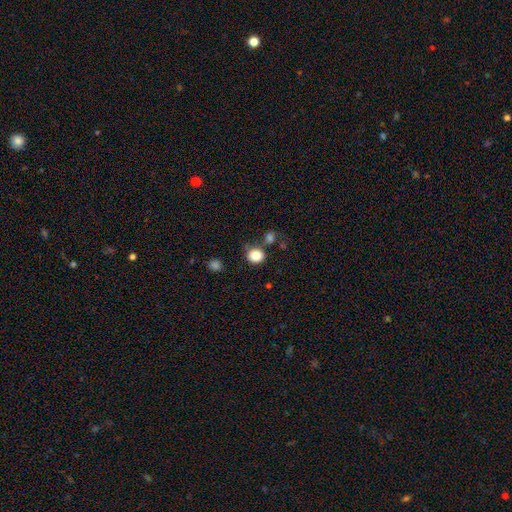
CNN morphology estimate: A smooth galaxy with no disk features (86%) that is round (78%).

Vote fractions:
- Smooth or featured? smooth: 86% / star or artifact: 10% / featured or disk: 4%
- How rounded? round: 78% / in between: 21% / cigar-shaped: 1%
- Merging? none: 73% / minor disturbance: 13% / merger: 9% / major disturbance: 5%